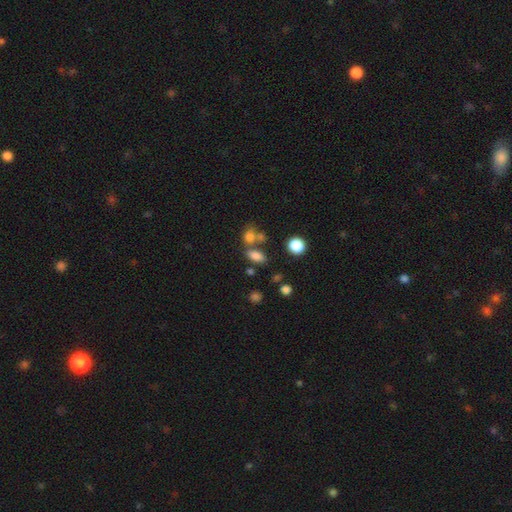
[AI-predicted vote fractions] Smooth or featured? smooth (78%)
How rounded? in between (80%)
Merging? none (56%)